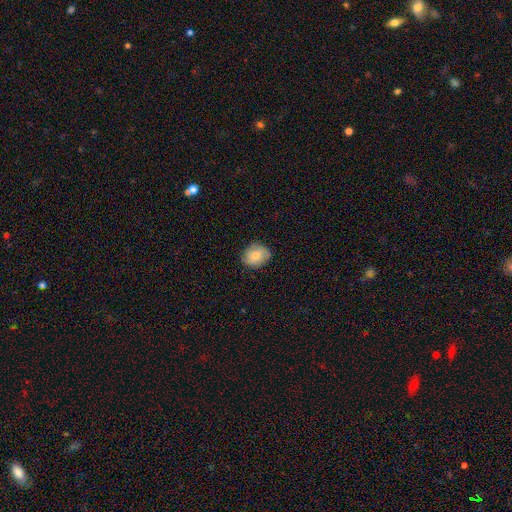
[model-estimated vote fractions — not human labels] Smooth or featured: smooth — 69% (featured or disk — 23%)
How rounded: round — 61% (in between — 38%)
Merging: none — 80% (minor disturbance — 16%)